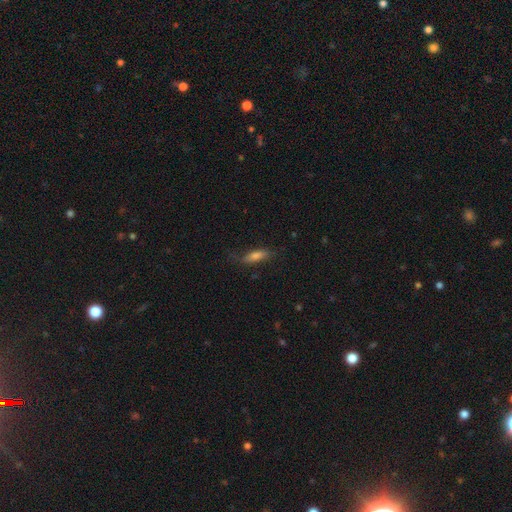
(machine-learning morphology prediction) The model was most divided on "how rounded": cigar-shaped: 55%, in between: 43%, round: 2%. More confident: smooth or featured — smooth (70%); merging — none (69%).